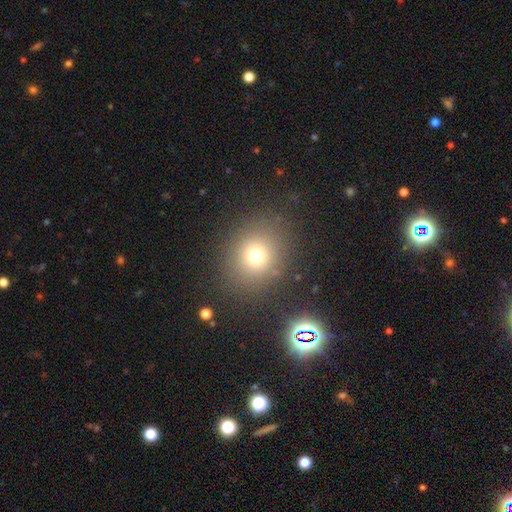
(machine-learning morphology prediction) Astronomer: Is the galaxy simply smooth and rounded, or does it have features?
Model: smooth — 71%.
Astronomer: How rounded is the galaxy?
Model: round — 76%.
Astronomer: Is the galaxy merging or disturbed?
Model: none — 83%.